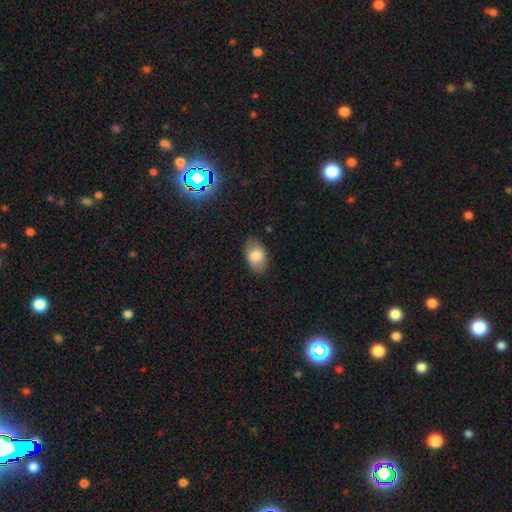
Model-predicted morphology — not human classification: This is likely a smooth galaxy (79%). How rounded: clearly in between (90%). Merging: clearly none (83%).